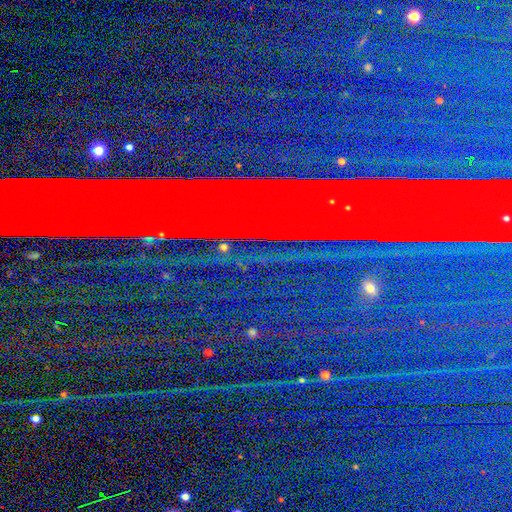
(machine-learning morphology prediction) Q: Smooth or featured?
A: star or artifact (87%); runner-up: featured or disk (7%)